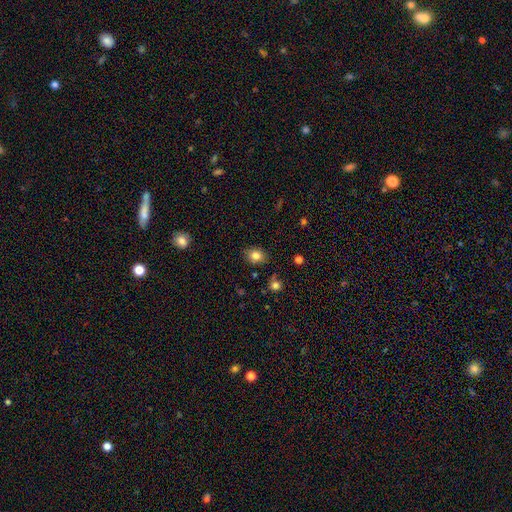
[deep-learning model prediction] smooth-or-featured: smooth: 83% | star or artifact: 11% | featured or disk: 7%
  how-rounded: in between: 52% | round: 48% | cigar-shaped: 1%
  merging: none: 84% | minor disturbance: 12% | major disturbance: 2% | merger: 2%